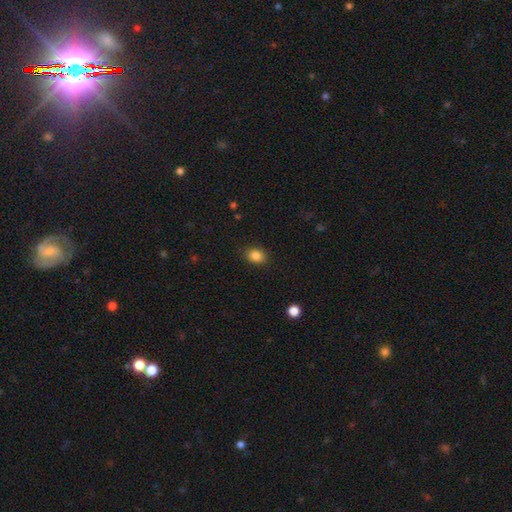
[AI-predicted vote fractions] A smooth galaxy with no disk features (86%) that is in between round and cigar-shaped (55%). Merging: none (86%).